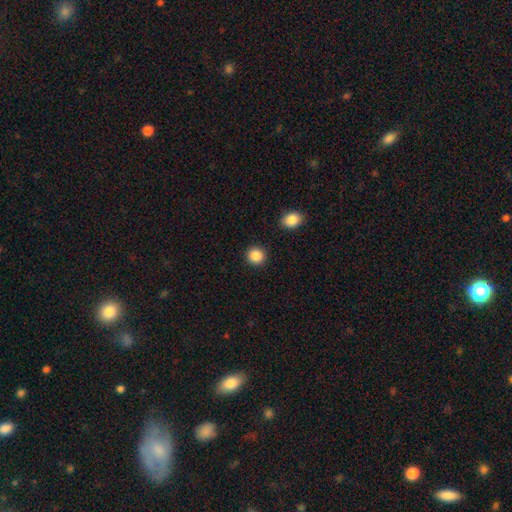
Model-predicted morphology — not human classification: smooth 88%, star or artifact 9%, featured or disk 3%. Down the decision tree: how rounded — round (93%); merging — none (91%).